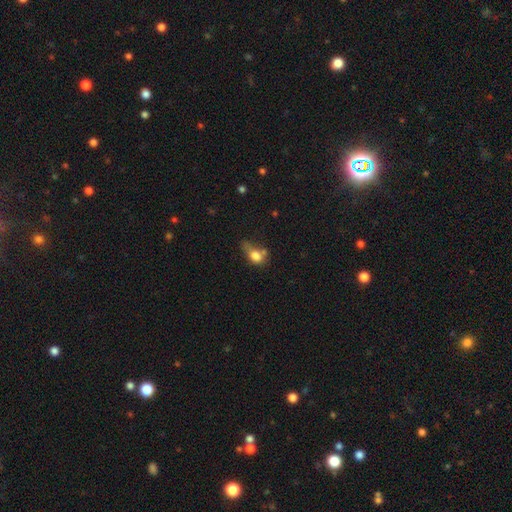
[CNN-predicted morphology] Overall: smooth (75%). How rounded: in between (65%; round 32%). Merging: minor disturbance (28%; none 26%).